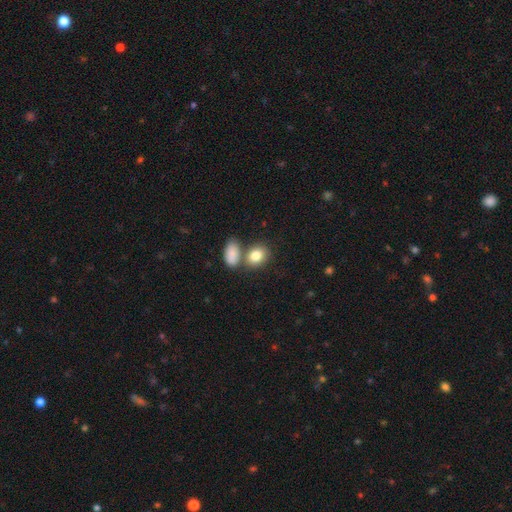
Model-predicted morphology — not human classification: This appears to be a smooth galaxy with no disk features (84%) that is in between round and cigar-shaped (66%). Merging: none (52%).